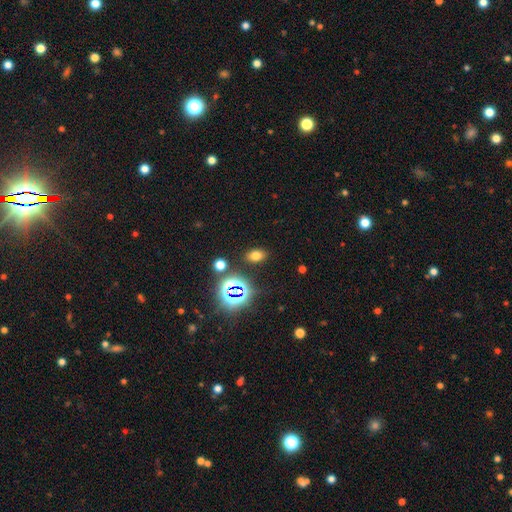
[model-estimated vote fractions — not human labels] The model was most divided on "smooth or featured": smooth: 67%, star or artifact: 25%, featured or disk: 8%. More confident: merging — none (85%); how rounded — in between (81%).